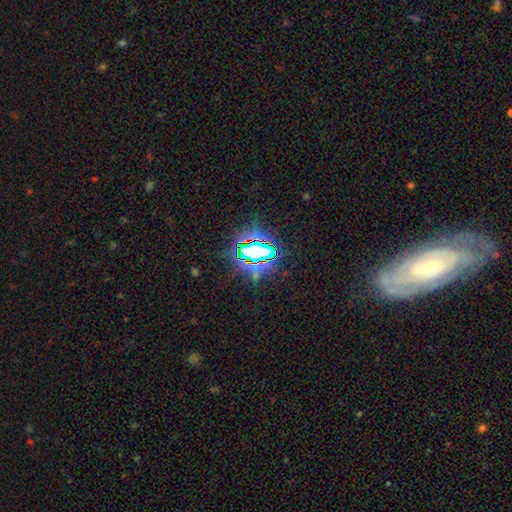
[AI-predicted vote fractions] This is likely a star or artifact rather than a galaxy (70%).